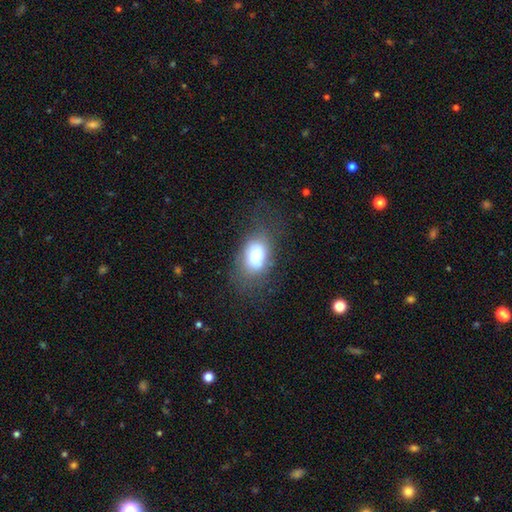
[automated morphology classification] A smooth galaxy with no disk features (73%) that is in between round and cigar-shaped (87%). Merging: none (56%).